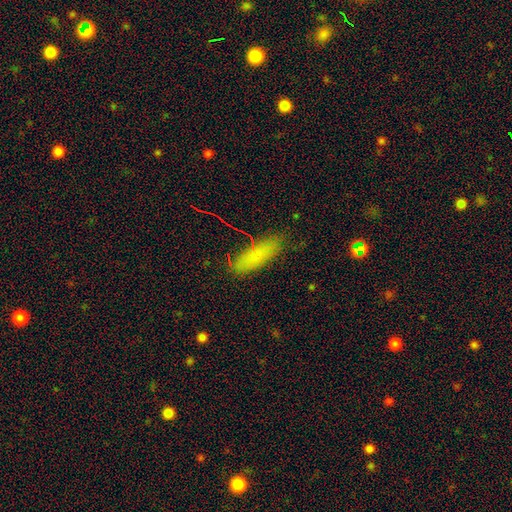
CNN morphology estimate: A smooth galaxy with no disk features (72%) that is in between round and cigar-shaped (57%). Merging: none (79%).